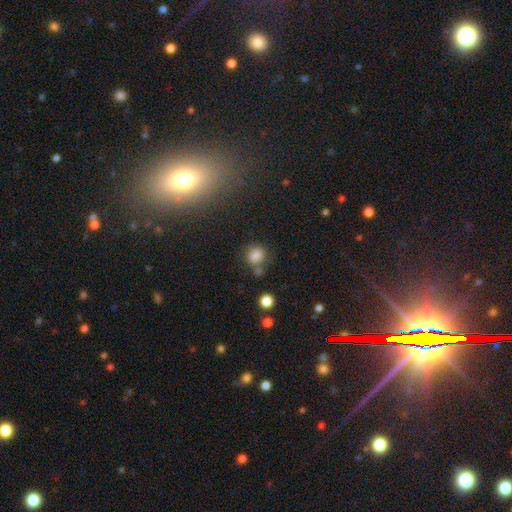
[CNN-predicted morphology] This is clearly a smooth galaxy (81%). How rounded: likely round (70%). Merging: possibly none (59%).